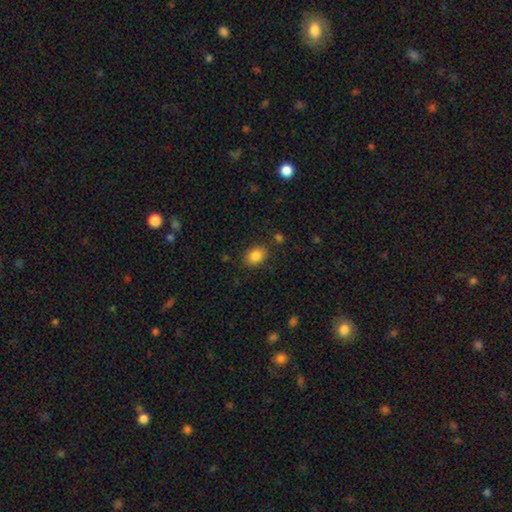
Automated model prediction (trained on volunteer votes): Overall: smooth (86%). How rounded: in between (76%). Merging: none (83%).